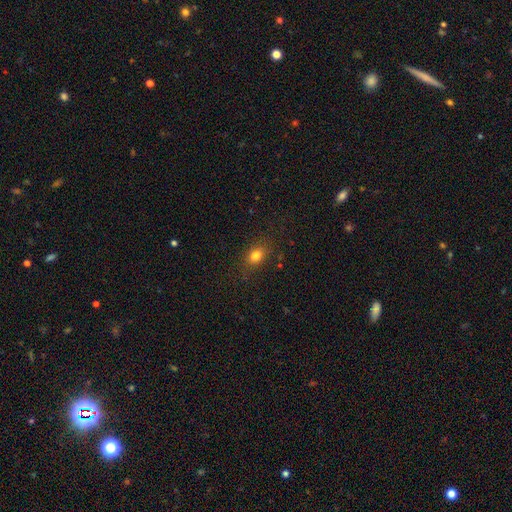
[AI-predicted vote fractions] Smooth or featured: smooth — 80% (star or artifact — 12%)
How rounded: in between — 70% (round — 28%)
Merging: none — 82% (minor disturbance — 12%)